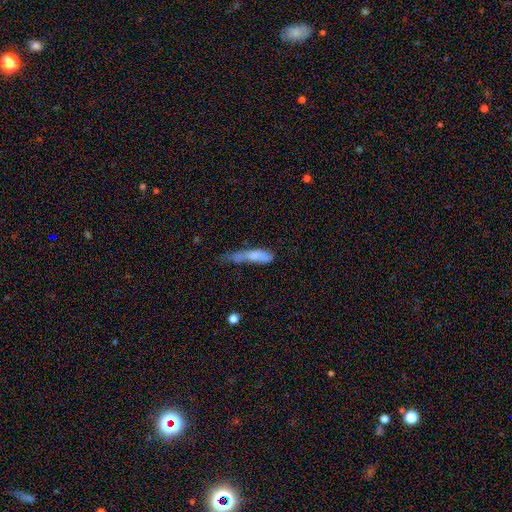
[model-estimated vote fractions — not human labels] smooth 73%, featured or disk 19%, star or artifact 8%. Down the decision tree: how rounded — cigar-shaped (71%); merging — major disturbance (32%, tied with minor disturbance).